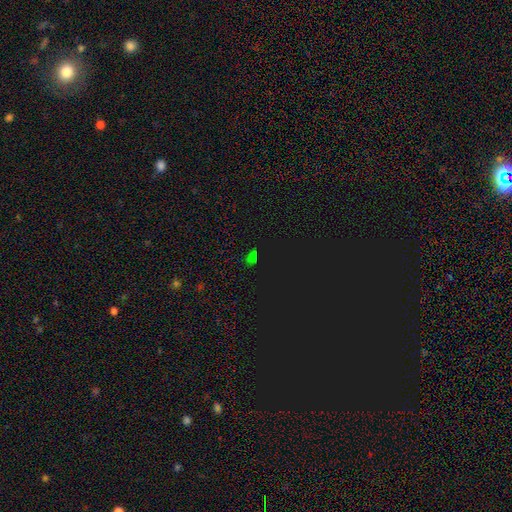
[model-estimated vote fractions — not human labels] Q: Smooth or featured?
A: star or artifact (66%); runner-up: smooth (28%)